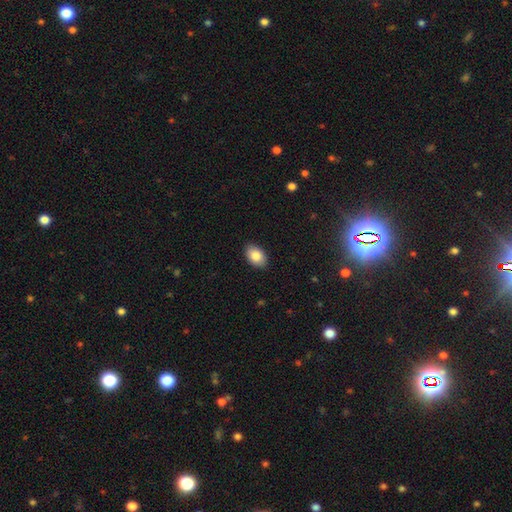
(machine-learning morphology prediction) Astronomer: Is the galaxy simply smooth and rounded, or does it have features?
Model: smooth — 86%.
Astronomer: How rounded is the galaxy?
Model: in between — 90%.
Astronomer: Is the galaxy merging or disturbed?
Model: none — 88%.